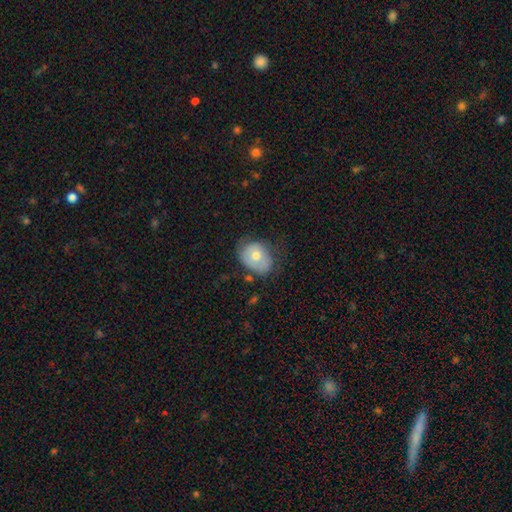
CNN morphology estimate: Smooth or featured?
  - smooth: 63% *
  - featured or disk: 29%
  - star or artifact: 8%
How rounded?
  - in between: 60% *
  - round: 39%
  - cigar-shaped: 1%
Merging?
  - none: 56% *
  - minor disturbance: 30%
  - major disturbance: 12%
  - merger: 2%